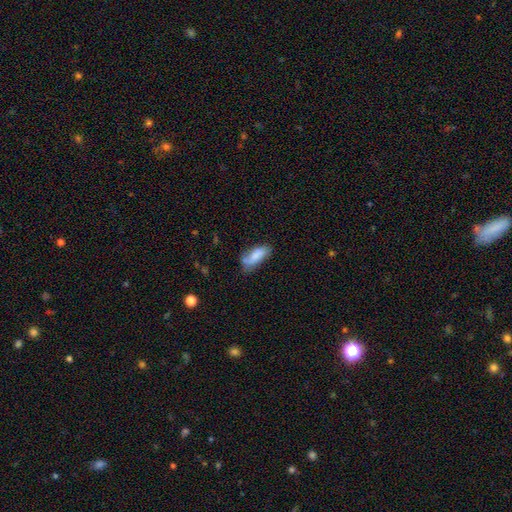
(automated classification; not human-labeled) A smooth galaxy with no disk features (71%) that is in between round and cigar-shaped (80%).

Vote fractions:
- Smooth or featured? smooth: 71% / featured or disk: 21% / star or artifact: 7%
- How rounded? in between: 80% / cigar-shaped: 18% / round: 2%
- Merging? none: 54% / minor disturbance: 31% / major disturbance: 11% / merger: 4%